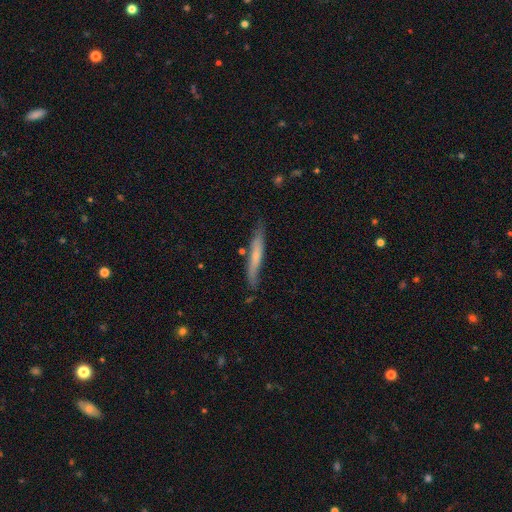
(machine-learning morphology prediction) A smooth galaxy with no disk features (56%) that is cigar-shaped (94%). Merging: none (78%).